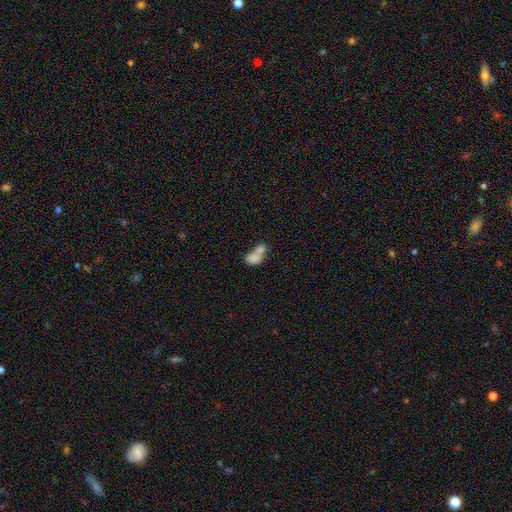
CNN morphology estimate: Q: Smooth or featured?
A: smooth (75%); runner-up: featured or disk (17%)
Q: How rounded?
A: in between (77%); runner-up: round (21%)
Q: Merging?
A: merger (72%); runner-up: none (16%)